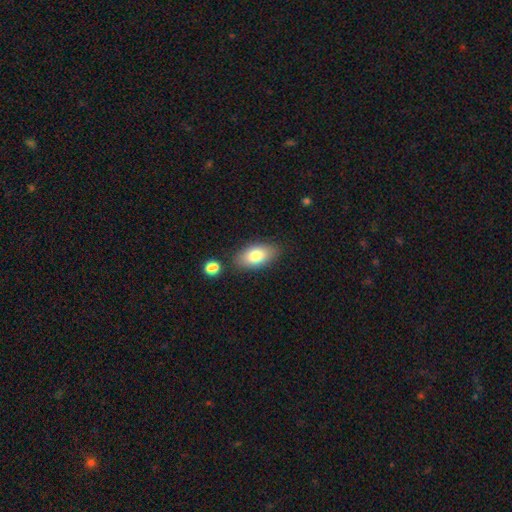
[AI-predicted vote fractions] The model was most divided on "smooth or featured": smooth: 79%, featured or disk: 13%, star or artifact: 7%. More confident: how rounded — in between (92%); merging — none (80%).